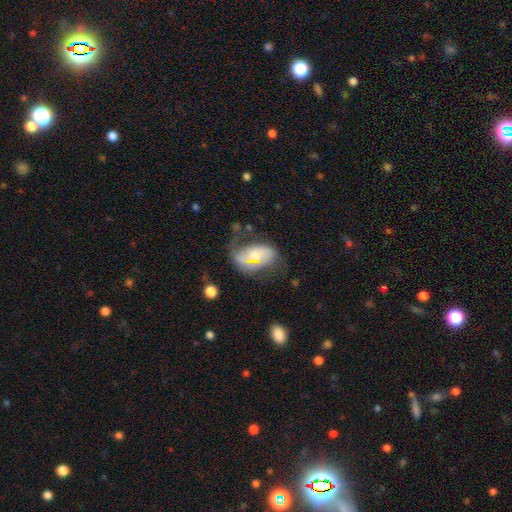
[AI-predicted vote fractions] The model was most divided on "merging": none: 38%, major disturbance: 31%, minor disturbance: 26%, merger: 5%. More confident: edge-on disk — no (94%); spiral arms — yes (70%); smooth or featured — featured or disk (62%); bulge size — moderate (60%); bar — no (55%).